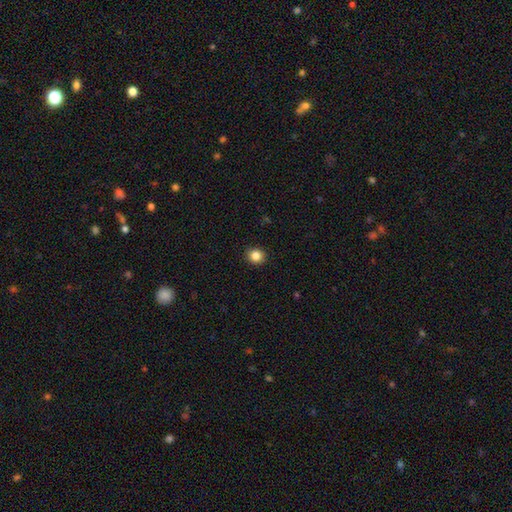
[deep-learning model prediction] Q: Smooth or featured?
A: smooth (85%); runner-up: star or artifact (11%)
Q: How rounded?
A: round (85%); runner-up: in between (14%)
Q: Merging?
A: none (92%); runner-up: minor disturbance (6%)